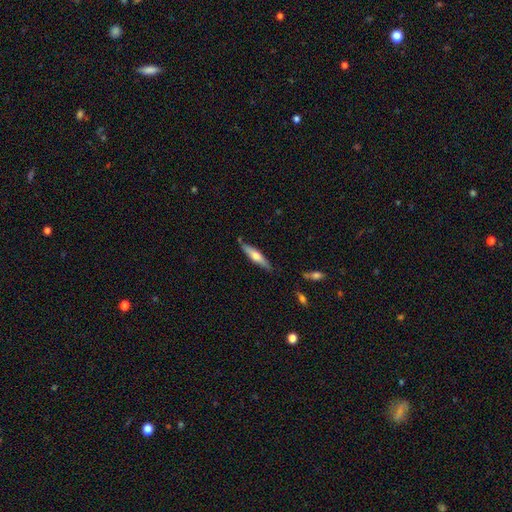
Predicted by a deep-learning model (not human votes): Overall: smooth (50%; featured or disk 45%). Merging: none (82%).